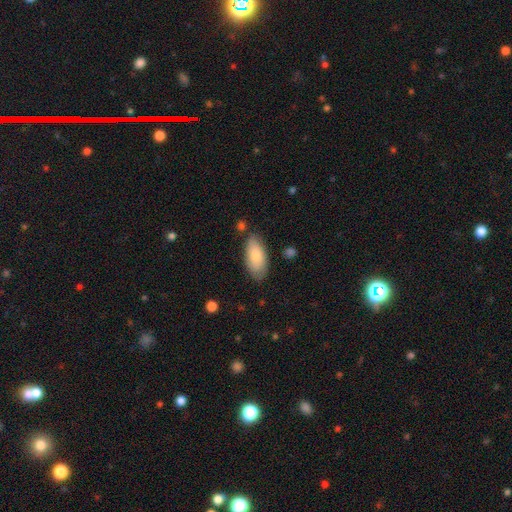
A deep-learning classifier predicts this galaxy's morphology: Smooth or featured? Predicted: smooth (p=0.82). How rounded? Predicted: in between (p=0.90). Merging? Predicted: none (p=0.75).